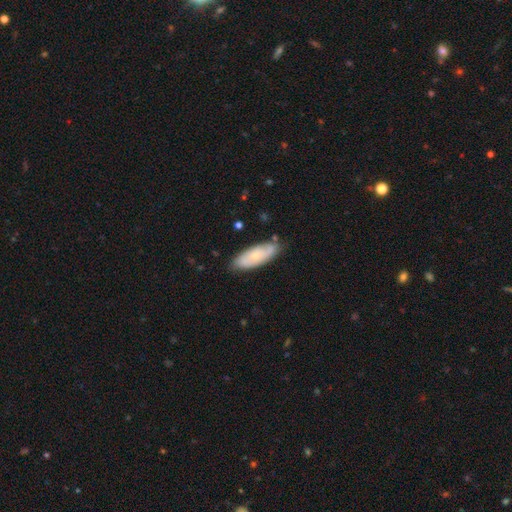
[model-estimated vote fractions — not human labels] Smooth or featured? Predicted: smooth (p=0.52). How rounded? Predicted: in between (p=0.71). Merging? Predicted: none (p=0.78).